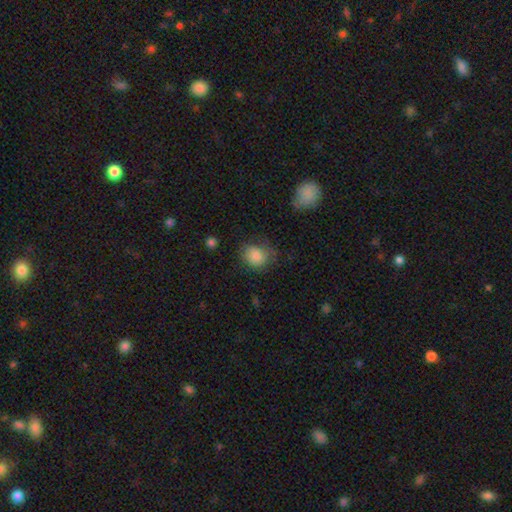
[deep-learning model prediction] Smooth or featured? smooth (84%)
How rounded? round (59%)
Merging? none (61%)